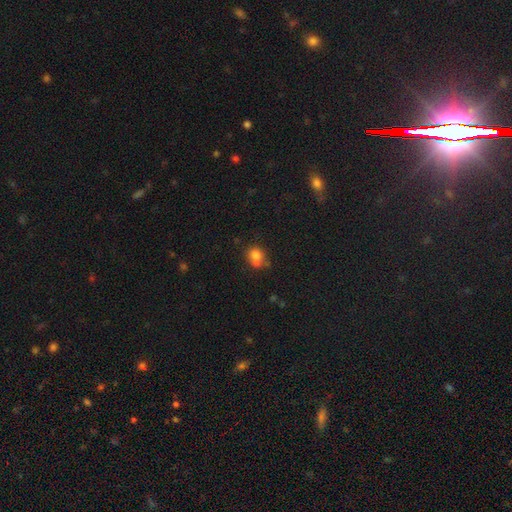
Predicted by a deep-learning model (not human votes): smooth-or-featured: smooth: 79% | star or artifact: 11% | featured or disk: 10%
  how-rounded: round: 69% | in between: 30% | cigar-shaped: 1%
  merging: none: 52% | minor disturbance: 22% | merger: 19% | major disturbance: 7%